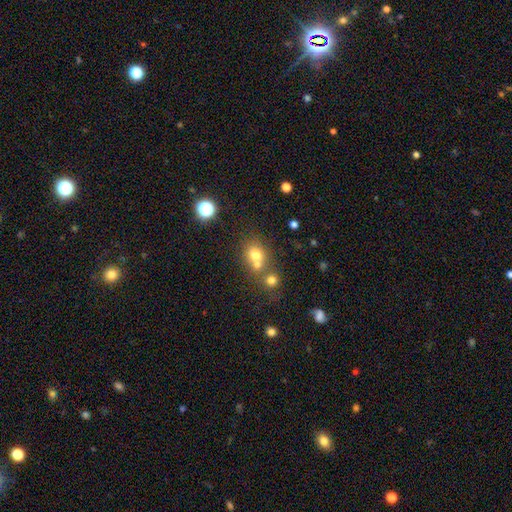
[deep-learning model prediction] Morphology: type=smooth (71%); roundness=round (72%); merging=merger (44%, tied with none).